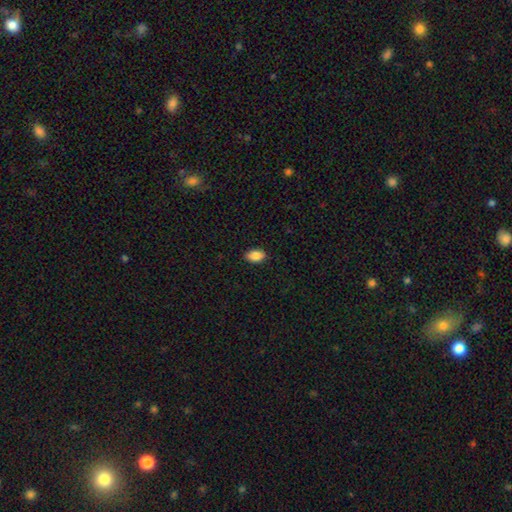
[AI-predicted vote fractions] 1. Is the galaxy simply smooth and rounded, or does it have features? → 88% smooth, 8% star or artifact, 5% featured or disk.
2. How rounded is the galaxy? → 91% in between, 7% round, 2% cigar-shaped.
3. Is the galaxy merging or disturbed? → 89% none, 8% minor disturbance, 2% major disturbance, 1% merger.